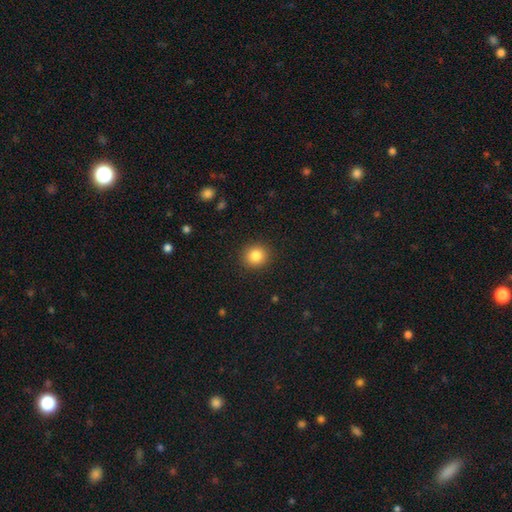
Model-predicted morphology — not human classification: This is clearly a smooth galaxy (84%). How rounded: clearly round (86%). Merging: clearly none (91%).